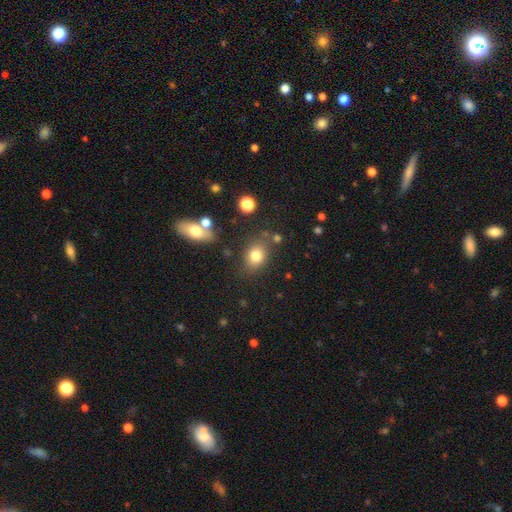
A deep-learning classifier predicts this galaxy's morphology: smooth-or-featured: smooth: 79% | star or artifact: 12% | featured or disk: 10%
  how-rounded: in between: 61% | round: 38% | cigar-shaped: 1%
  merging: none: 74% | minor disturbance: 14% | merger: 7% | major disturbance: 5%